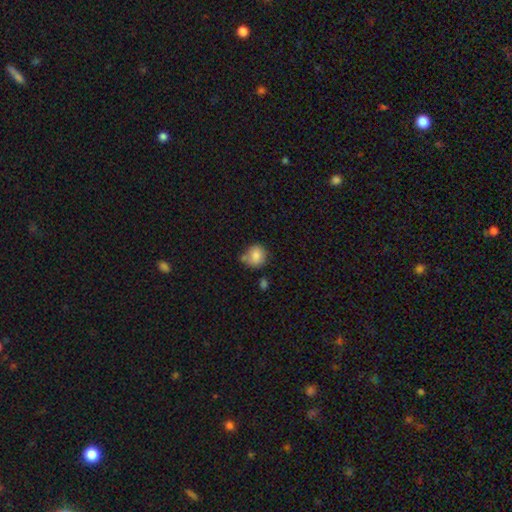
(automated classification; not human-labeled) This appears to be a smooth galaxy with no disk features (83%) that is round (79%). Merging: none (61%).